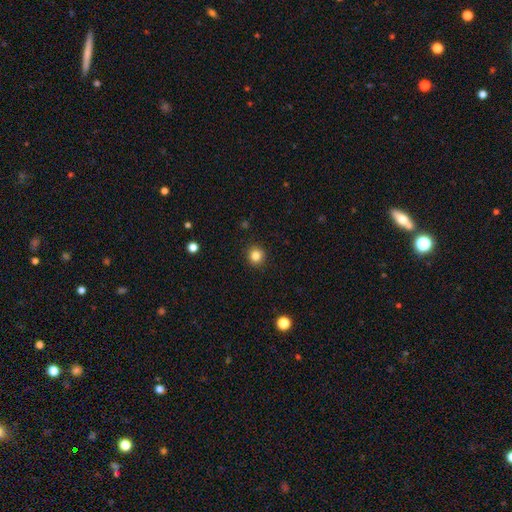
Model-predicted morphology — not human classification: This is clearly a smooth galaxy (83%). How rounded: clearly round (92%). Merging: clearly none (92%).